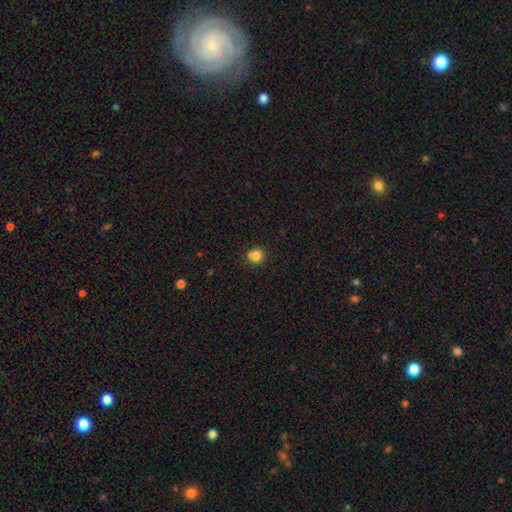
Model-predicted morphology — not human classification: Overall: smooth (84%). How rounded: round (86%). Merging: none (83%).